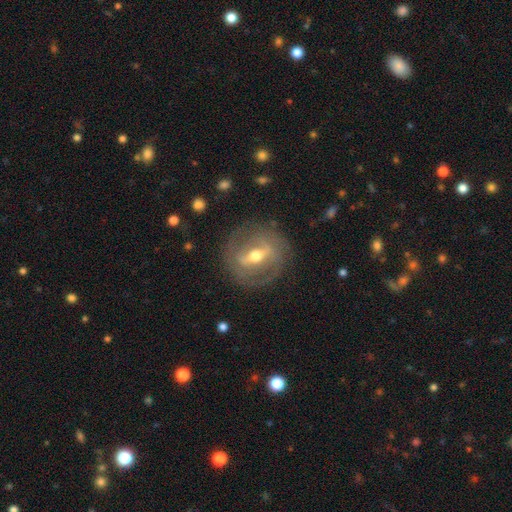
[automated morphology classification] Smooth or featured: featured or disk — 79% (smooth — 15%)
Edge-on disk: no — 84% (yes — 16%)
Bar: strong — 62% (weak — 27%)
Spiral arms: yes — 53% (no — 47%)
Bulge size: moderate — 70% (small — 22%)
Merging: none — 80% (minor disturbance — 12%)